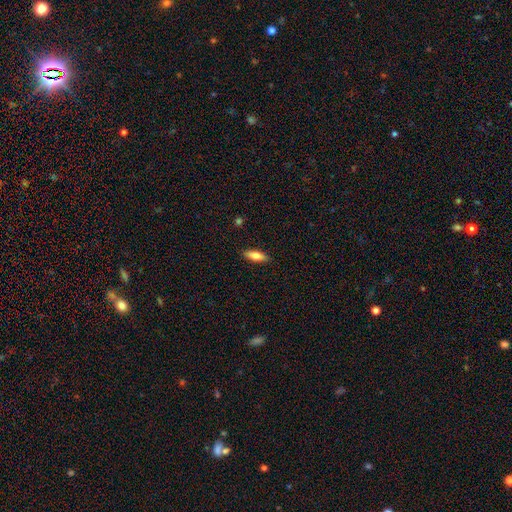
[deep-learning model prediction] Smooth or featured?
  - smooth: 79% *
  - featured or disk: 15%
  - star or artifact: 6%
How rounded?
  - in between: 60% *
  - cigar-shaped: 38%
  - round: 2%
Merging?
  - none: 89% *
  - minor disturbance: 9%
  - major disturbance: 2%
  - merger: 1%